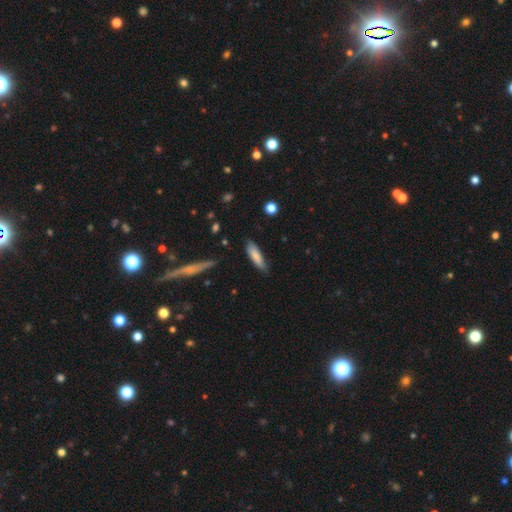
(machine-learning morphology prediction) Smooth or featured? Predicted: smooth (p=0.79). How rounded? Predicted: cigar-shaped (p=0.60). Merging? Predicted: none (p=0.72).